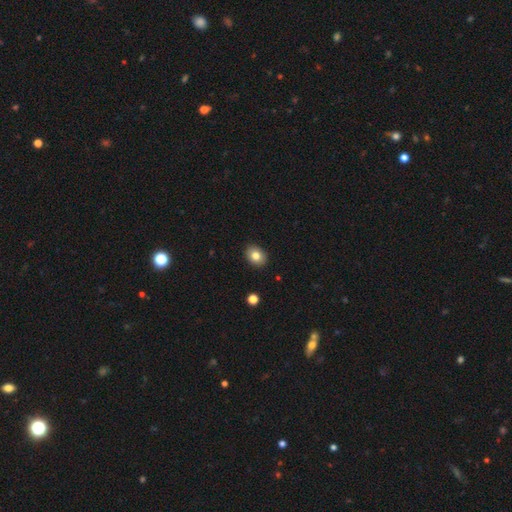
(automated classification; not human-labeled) Q: Smooth or featured?
A: smooth (81%); runner-up: star or artifact (10%)
Q: How rounded?
A: in between (53%); runner-up: round (46%)
Q: Merging?
A: none (90%); runner-up: minor disturbance (7%)